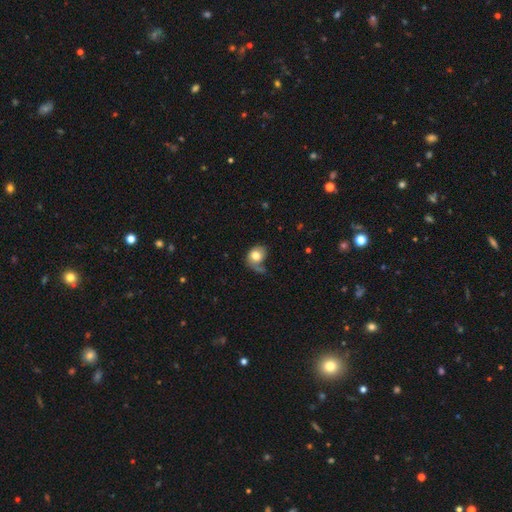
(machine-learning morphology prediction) smooth_or_featured: smooth (p=0.71) [alt: featured or disk p=0.21]
how_rounded: round (p=0.51) [alt: in between p=0.48]
merging: none (p=0.35) [alt: major disturbance p=0.29]